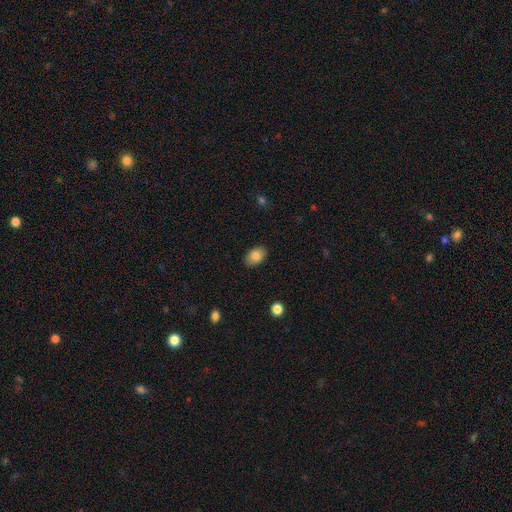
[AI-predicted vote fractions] This appears to be a smooth galaxy with no disk features (85%) that is in between round and cigar-shaped (87%). Merging: none (86%).